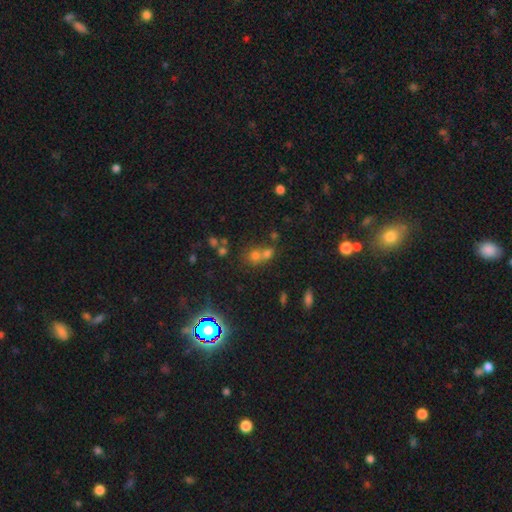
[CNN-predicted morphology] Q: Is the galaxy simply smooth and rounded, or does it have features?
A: smooth — 57%.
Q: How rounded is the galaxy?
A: round — 75%.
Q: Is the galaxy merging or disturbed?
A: merger — 54%.